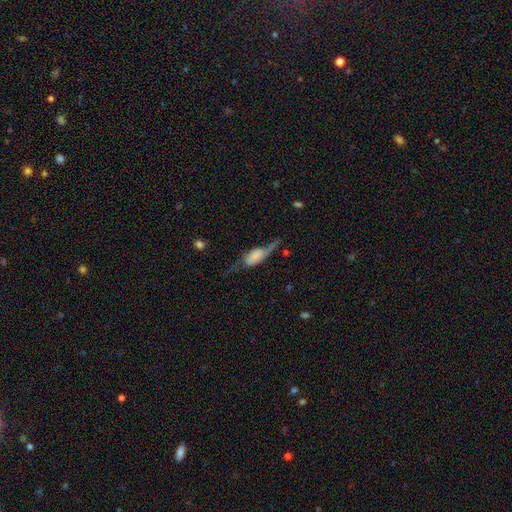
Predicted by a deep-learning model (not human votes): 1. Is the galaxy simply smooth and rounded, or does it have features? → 51% featured or disk, 41% smooth, 8% star or artifact.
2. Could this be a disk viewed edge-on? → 55% yes, 45% no.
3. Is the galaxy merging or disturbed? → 35% none, 33% major disturbance, 28% minor disturbance, 4% merger.